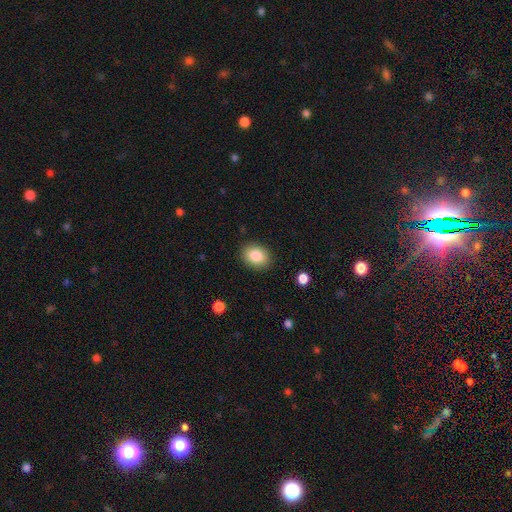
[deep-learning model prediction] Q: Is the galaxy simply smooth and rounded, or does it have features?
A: smooth — 85%.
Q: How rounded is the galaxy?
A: in between — 63%.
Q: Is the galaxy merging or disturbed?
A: none — 88%.